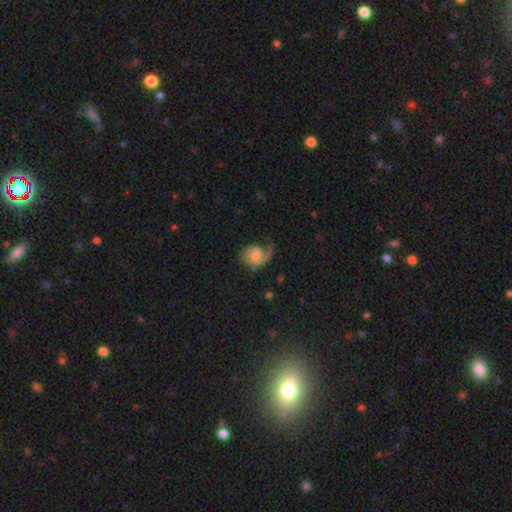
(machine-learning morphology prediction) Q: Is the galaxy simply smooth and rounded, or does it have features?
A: featured or disk — 59%.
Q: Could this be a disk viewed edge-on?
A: no — 97%.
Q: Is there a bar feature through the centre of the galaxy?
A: no — 60%.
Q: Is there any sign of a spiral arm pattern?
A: yes — 89%.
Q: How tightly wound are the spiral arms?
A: loose — 44%.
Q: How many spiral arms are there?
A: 1 — 54%.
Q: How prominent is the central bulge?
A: small — 43%.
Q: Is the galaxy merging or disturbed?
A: none — 39%.